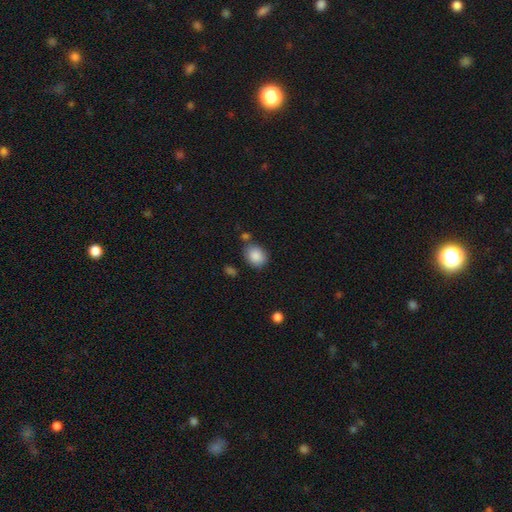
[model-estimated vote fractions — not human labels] A smooth galaxy with no disk features (87%) that is in between round and cigar-shaped (54%). Merging: none (68%).